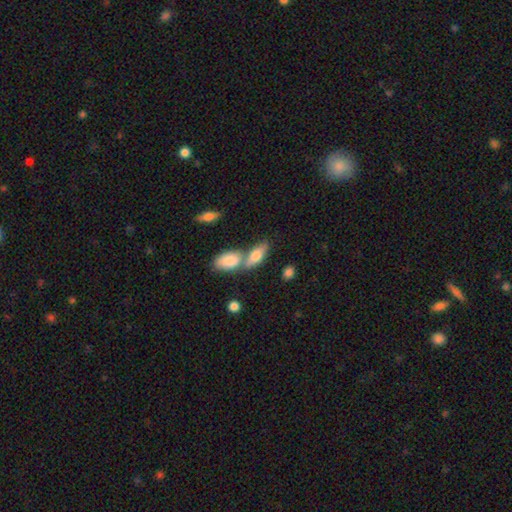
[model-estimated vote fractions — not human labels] Smooth or featured: smooth — 71% (featured or disk — 22%)
How rounded: in between — 75% (cigar-shaped — 21%)
Merging: none — 43% (tied with merger — 43%)